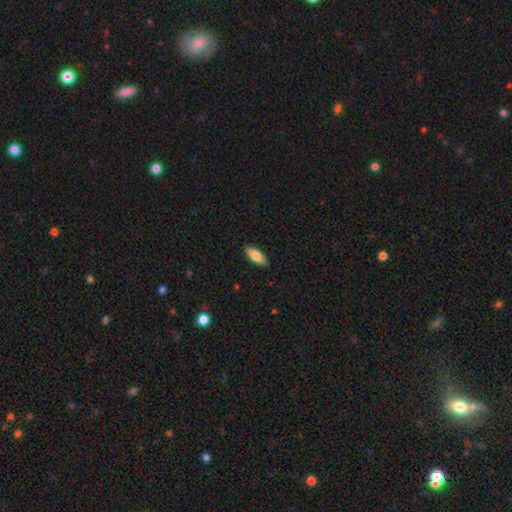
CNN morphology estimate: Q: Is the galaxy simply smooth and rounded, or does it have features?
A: smooth — 79%.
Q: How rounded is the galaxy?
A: in between — 76%.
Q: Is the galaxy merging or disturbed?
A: none — 88%.